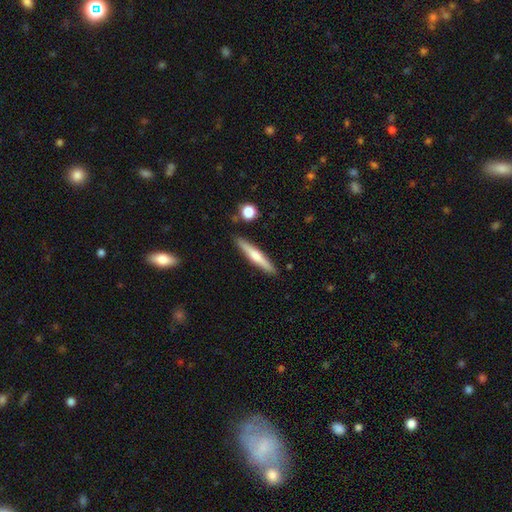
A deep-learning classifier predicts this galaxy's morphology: Overall: smooth (48%; featured or disk 46%). Merging: none (88%).